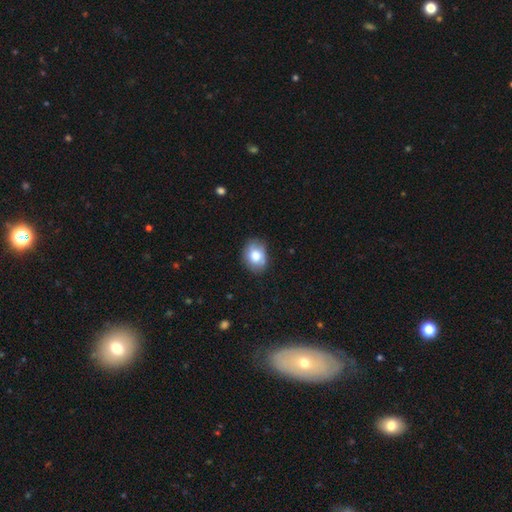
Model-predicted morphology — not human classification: The model was most divided on "how rounded": in between: 64%, round: 35%, cigar-shaped: 1%. More confident: smooth or featured — smooth (76%); merging — none (75%).